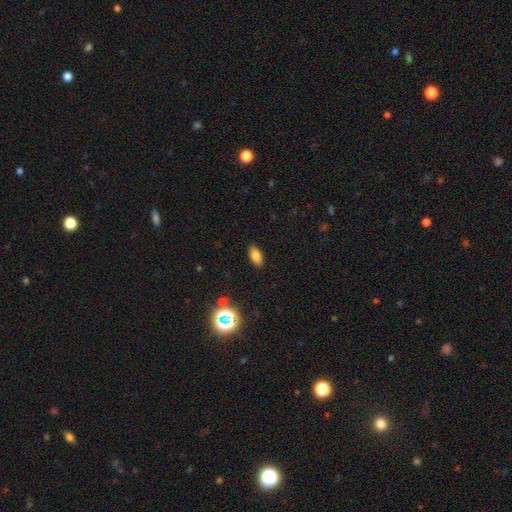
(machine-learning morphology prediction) A smooth galaxy with no disk features (79%) that is in between round and cigar-shaped (88%).

Vote fractions:
- Smooth or featured? smooth: 79% / star or artifact: 13% / featured or disk: 9%
- How rounded? in between: 88% / cigar-shaped: 7% / round: 5%
- Merging? none: 88% / minor disturbance: 9% / major disturbance: 2% / merger: 1%